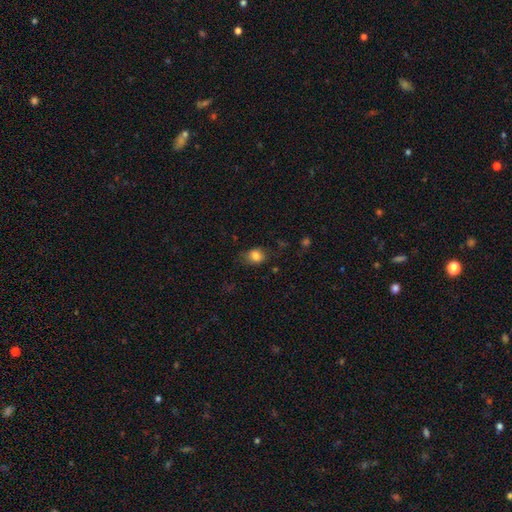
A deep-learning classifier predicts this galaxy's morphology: The model was most divided on "how rounded": in between: 54%, round: 45%, cigar-shaped: 1%. More confident: smooth or featured — smooth (82%); merging — none (70%).